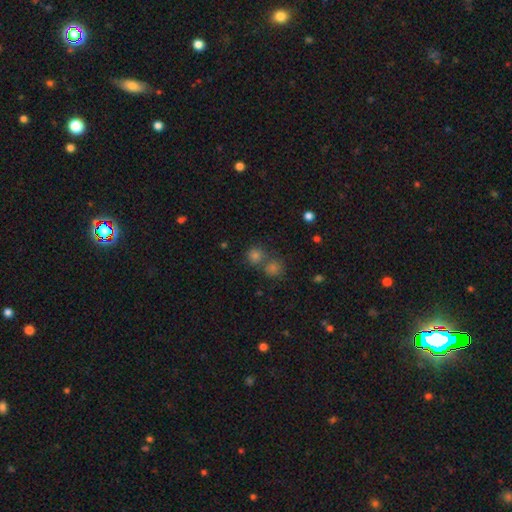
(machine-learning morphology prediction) Smooth or featured? Predicted: smooth (p=0.65). How rounded? Predicted: round (p=0.88). Merging? Predicted: none (p=0.60).